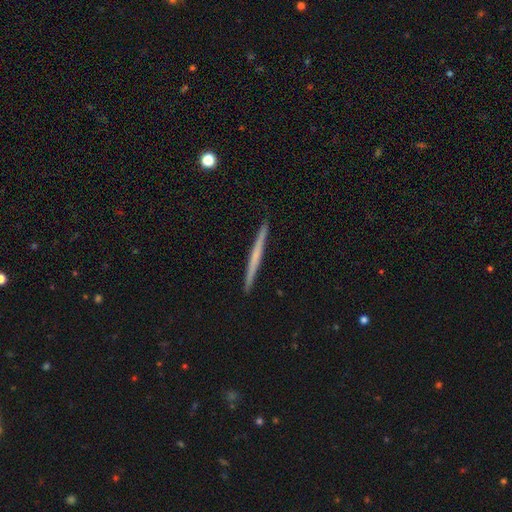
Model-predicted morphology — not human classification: A featured or disk galaxy (54%) viewed edge-on (98%) with no central bulge (82%). Merging: none (93%).